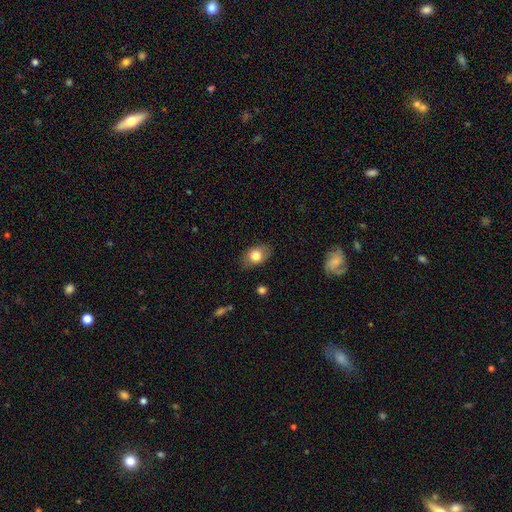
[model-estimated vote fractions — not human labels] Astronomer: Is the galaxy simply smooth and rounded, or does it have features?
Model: smooth — 77%.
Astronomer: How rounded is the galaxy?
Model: in between — 82%.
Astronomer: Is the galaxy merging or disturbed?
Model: none — 81%.